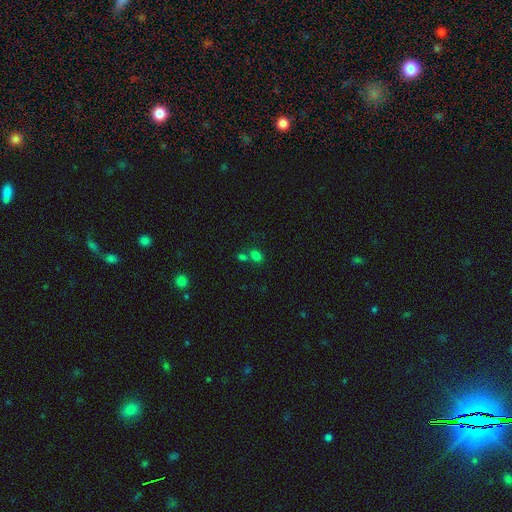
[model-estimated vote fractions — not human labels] A smooth galaxy with no disk features (70%) that is in between round and cigar-shaped (55%). Merging: none (51%).